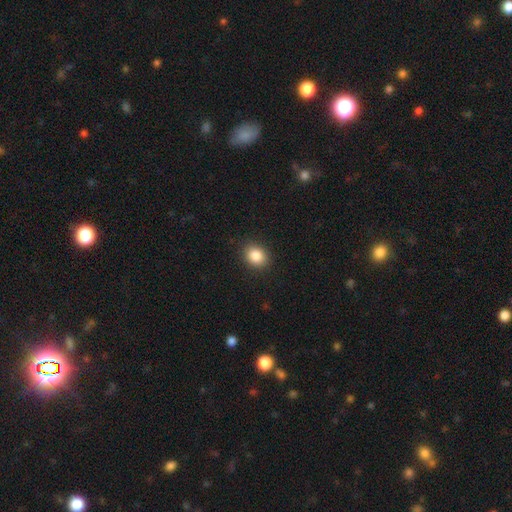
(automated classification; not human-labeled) This appears to be a smooth galaxy with no disk features (85%) that is round (57%). Merging: none (89%).